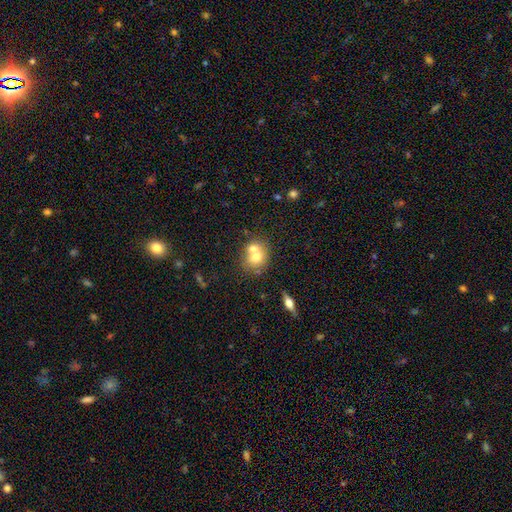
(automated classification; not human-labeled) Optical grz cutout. It shows a smooth galaxy with no disk features (64%) that is round (68%). Merging: merger (52%).